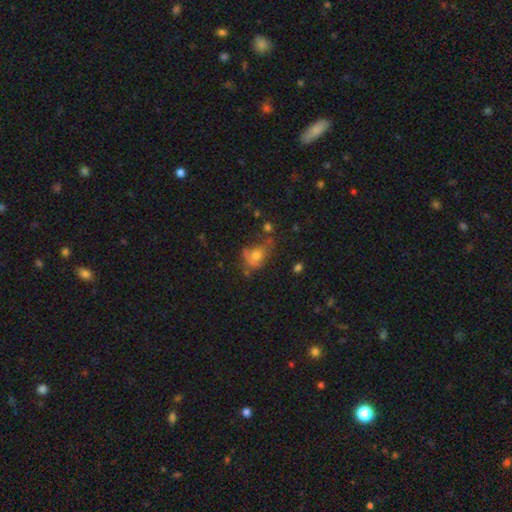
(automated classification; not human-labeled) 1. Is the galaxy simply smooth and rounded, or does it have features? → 57% smooth, 26% featured or disk, 17% star or artifact.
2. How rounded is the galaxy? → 62% in between, 36% round, 2% cigar-shaped.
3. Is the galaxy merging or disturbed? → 35% none, 25% minor disturbance, 24% major disturbance, 15% merger.